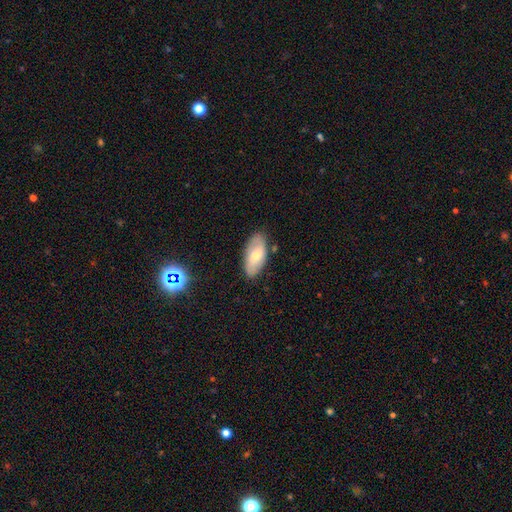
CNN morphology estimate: This is likely a smooth galaxy (62%). How rounded: clearly in between (92%). Merging: clearly none (81%).